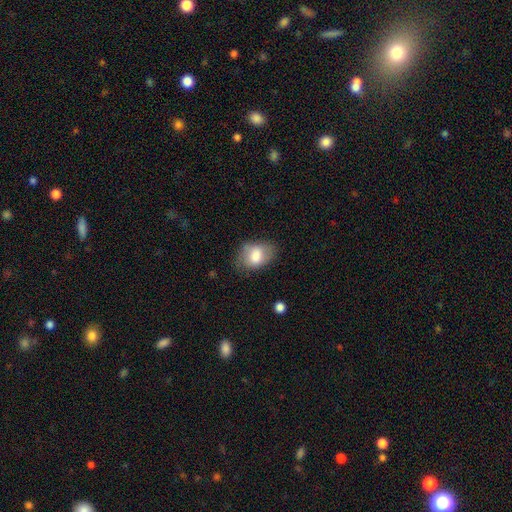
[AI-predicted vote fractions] smooth 77%, featured or disk 16%, star or artifact 7%. Down the decision tree: how rounded — in between (83%); merging — none (67%).